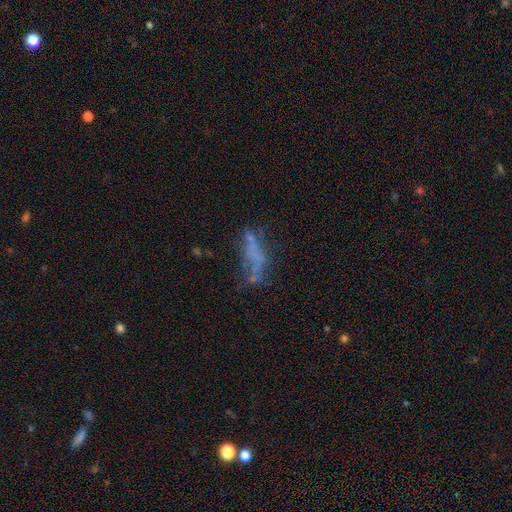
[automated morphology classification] This is possibly a featured or disk galaxy (46%). Merging: marginally none (38%).